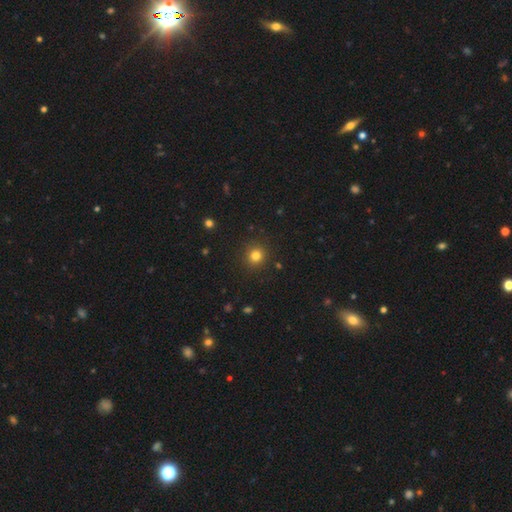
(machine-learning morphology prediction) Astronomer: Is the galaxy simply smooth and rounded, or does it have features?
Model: smooth — 80%.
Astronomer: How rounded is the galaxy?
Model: round — 91%.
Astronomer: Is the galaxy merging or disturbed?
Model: none — 90%.